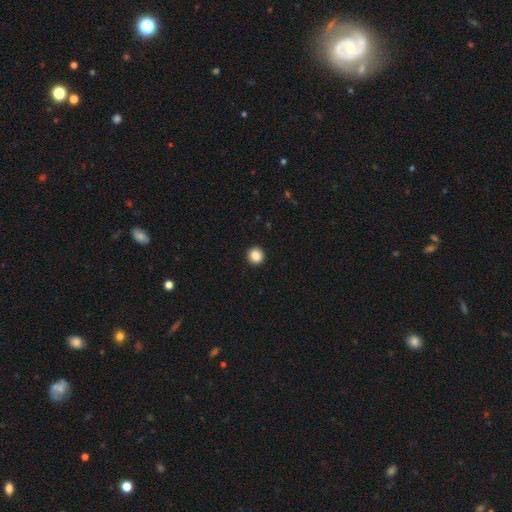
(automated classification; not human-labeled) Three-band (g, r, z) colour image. It shows a smooth galaxy with no disk features (88%) that is round (93%). Merging: none (93%).